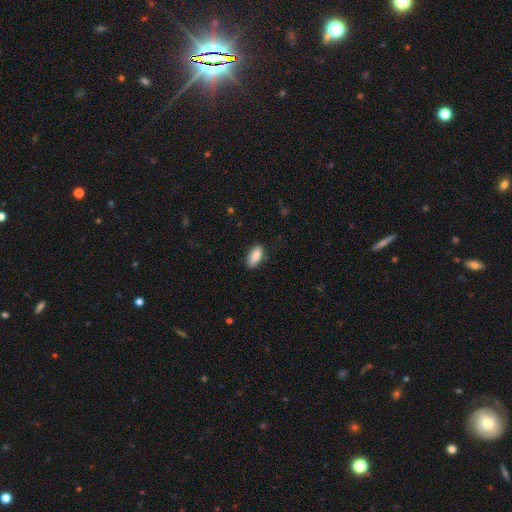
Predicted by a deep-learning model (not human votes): Smooth or featured? smooth (85%)
How rounded? in between (86%)
Merging? none (78%)